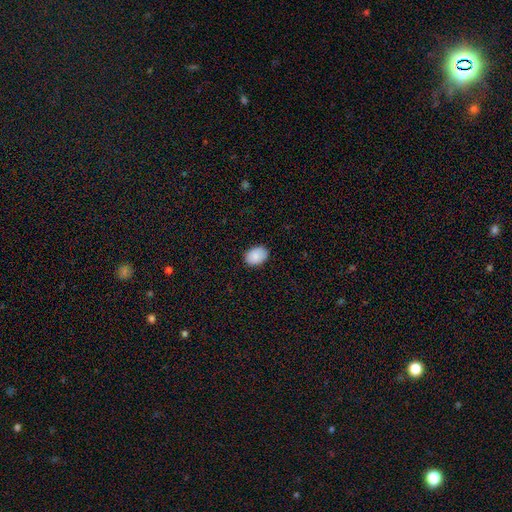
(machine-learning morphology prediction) Q: Smooth or featured?
A: smooth (89%); runner-up: star or artifact (7%)
Q: How rounded?
A: in between (76%); runner-up: round (23%)
Q: Merging?
A: none (87%); runner-up: minor disturbance (10%)